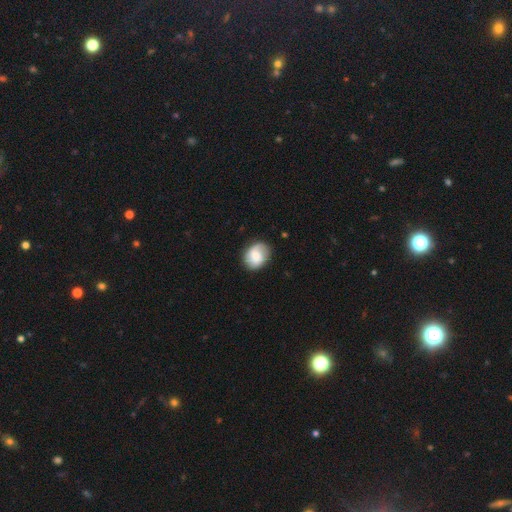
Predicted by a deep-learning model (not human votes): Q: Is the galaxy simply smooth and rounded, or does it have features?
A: smooth — 61%.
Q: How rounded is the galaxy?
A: round — 57%.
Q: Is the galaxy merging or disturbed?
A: none — 75%.